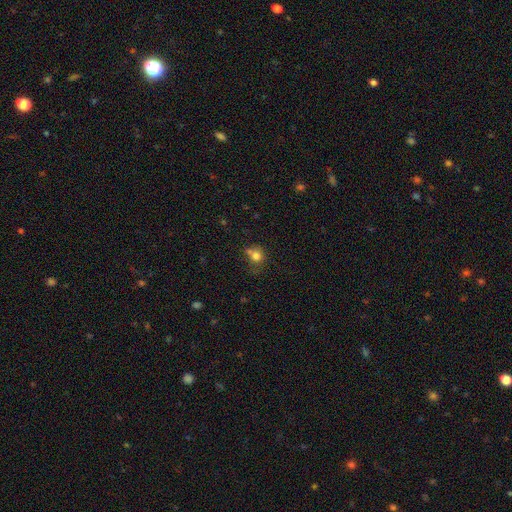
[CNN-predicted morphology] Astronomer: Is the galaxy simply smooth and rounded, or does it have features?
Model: smooth — 77%.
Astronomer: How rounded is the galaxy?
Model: round — 74%.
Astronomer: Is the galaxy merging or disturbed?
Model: none — 47% (runner-up: merger, 24%).